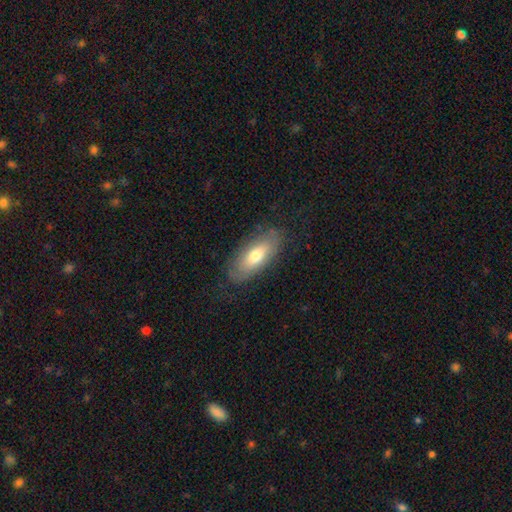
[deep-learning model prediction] Smooth or featured?
  - smooth: 66% *
  - featured or disk: 27%
  - star or artifact: 6%
How rounded?
  - in between: 84% *
  - cigar-shaped: 13%
  - round: 3%
Merging?
  - none: 80% *
  - minor disturbance: 14%
  - major disturbance: 4%
  - merger: 1%